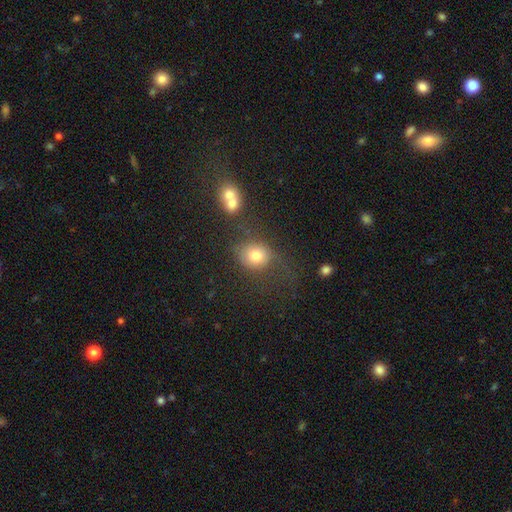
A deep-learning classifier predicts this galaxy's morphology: smooth 76%, star or artifact 13%, featured or disk 12%. Down the decision tree: how rounded — round (76%); merging — none (54%).